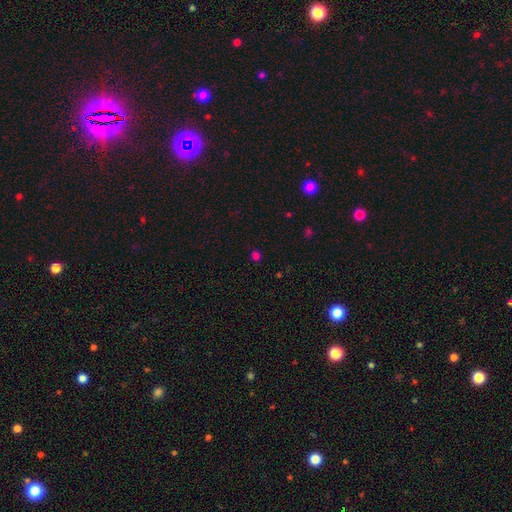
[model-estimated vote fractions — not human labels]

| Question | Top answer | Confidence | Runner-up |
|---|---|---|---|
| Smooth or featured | smooth | 64% | star or artifact (32%) |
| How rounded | round | 80% | in between (19%) |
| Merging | none | 85% | minor disturbance (9%) |